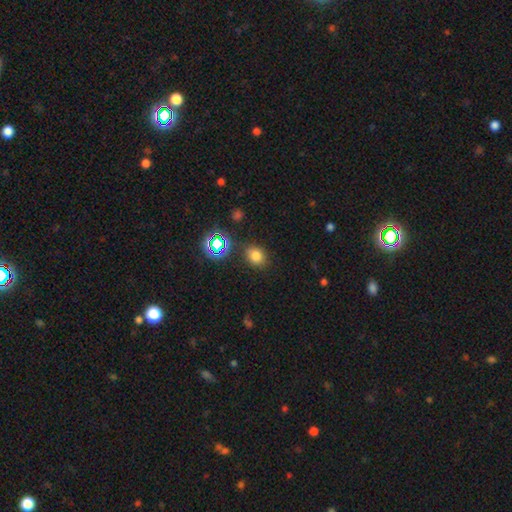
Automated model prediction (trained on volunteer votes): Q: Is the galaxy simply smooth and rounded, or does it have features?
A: smooth — 74%.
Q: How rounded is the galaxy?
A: round — 53%.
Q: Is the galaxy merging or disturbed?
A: none — 82%.